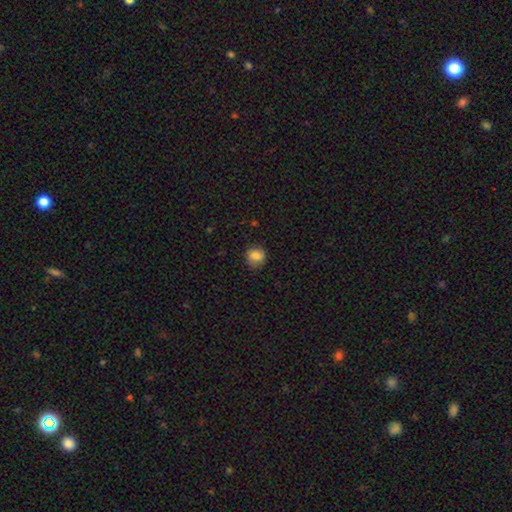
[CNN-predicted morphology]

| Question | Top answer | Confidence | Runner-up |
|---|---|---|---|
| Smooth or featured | smooth | 84% | star or artifact (10%) |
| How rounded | round | 81% | in between (18%) |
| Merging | none | 80% | minor disturbance (15%) |